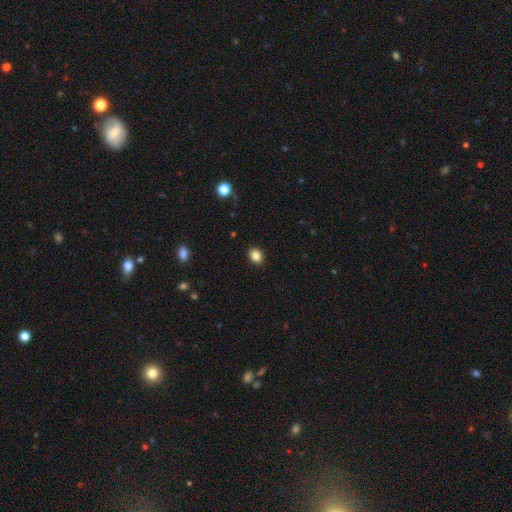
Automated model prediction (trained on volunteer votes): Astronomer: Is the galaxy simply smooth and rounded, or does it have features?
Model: smooth — 85%.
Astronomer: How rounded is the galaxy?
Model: in between — 55% (runner-up: round, 44%).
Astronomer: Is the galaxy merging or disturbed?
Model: none — 90%.